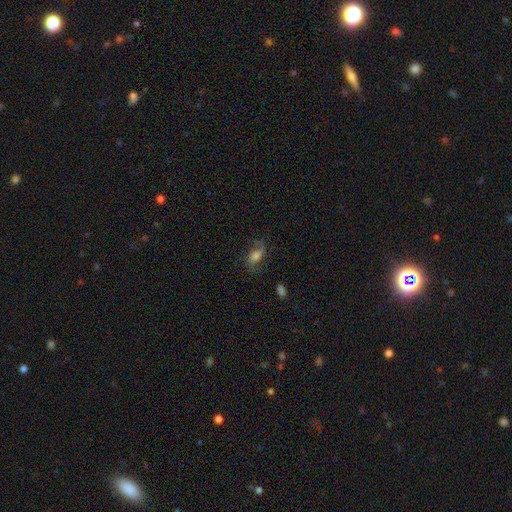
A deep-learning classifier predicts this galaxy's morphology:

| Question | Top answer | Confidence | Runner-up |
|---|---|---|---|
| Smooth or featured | featured or disk | 53% | smooth (35%) |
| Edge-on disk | no | 92% | yes (8%) |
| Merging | none | 67% | minor disturbance (19%) |